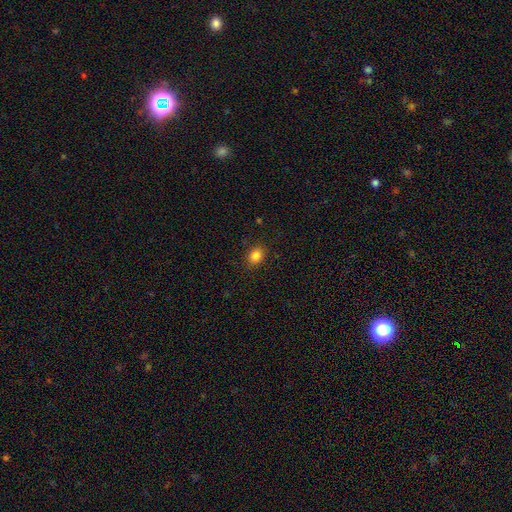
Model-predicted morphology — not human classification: This is clearly a smooth galaxy (84%). How rounded: possibly in between (55%). Merging: clearly none (87%).